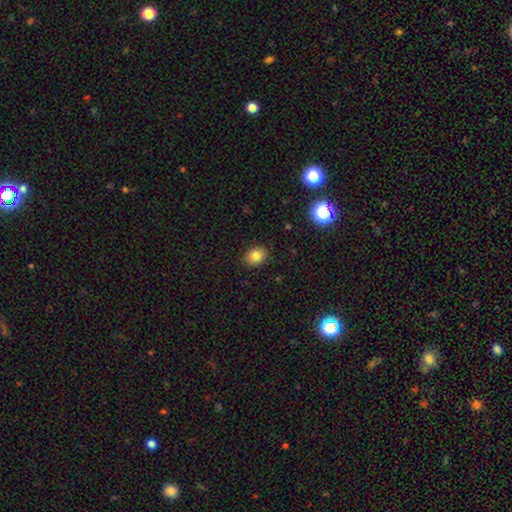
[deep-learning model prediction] Morphology: type=smooth (83%); roundness=in between (61%); merging=none (88%).